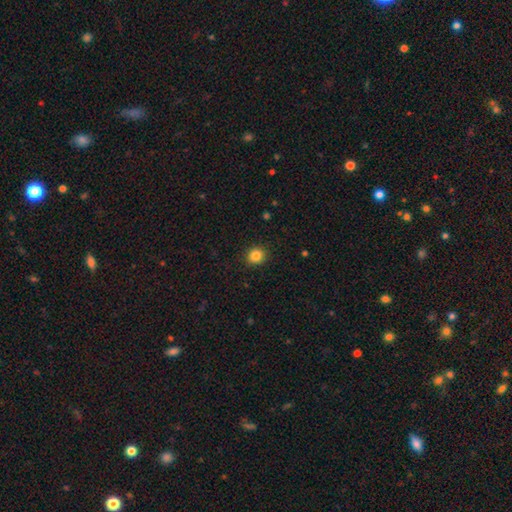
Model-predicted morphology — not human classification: Smooth or featured?
  - smooth: 84% *
  - star or artifact: 11%
  - featured or disk: 5%
How rounded?
  - round: 83% *
  - in between: 16%
  - cigar-shaped: 1%
Merging?
  - none: 91% *
  - minor disturbance: 6%
  - major disturbance: 2%
  - merger: 1%